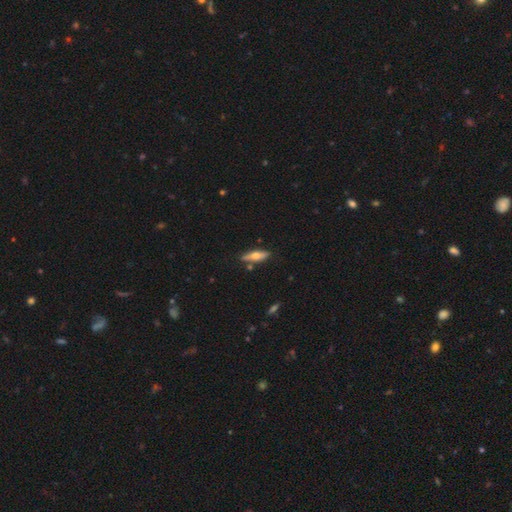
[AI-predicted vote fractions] smooth-or-featured: smooth: 48% | featured or disk: 46% | star or artifact: 6%
  merging: none: 80% | minor disturbance: 12% | merger: 5% | major disturbance: 3%